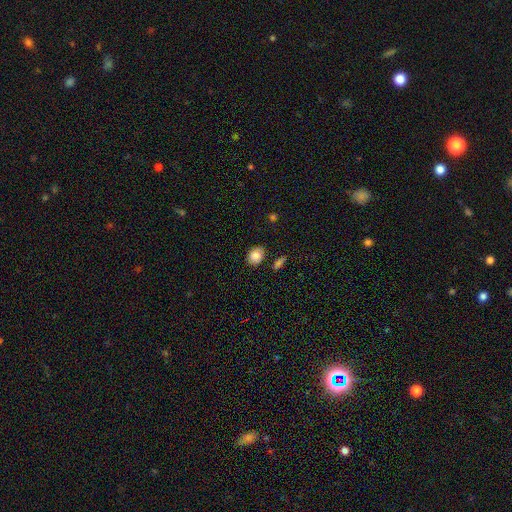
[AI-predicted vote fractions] Overall: smooth (85%). How rounded: in between (50%; round 49%). Merging: none (79%).